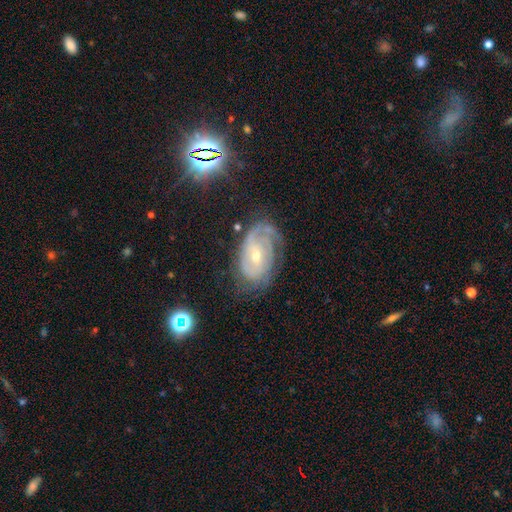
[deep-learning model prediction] Overall: featured or disk (83%). Edge-on disk: no (96%). Bar: no (53%; weak 37%). Spiral arms: yes (93%). Spiral arm count: can't tell (36%; 2 27%). Spiral winding: tight (61%; medium 30%). Bulge size: small (58%; moderate 38%). Merging: none (58%; minor disturbance 25%).